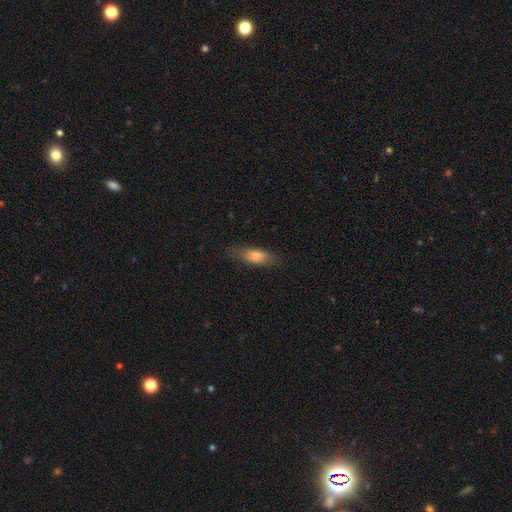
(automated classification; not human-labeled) A smooth galaxy with no disk features (72%) that is in between round and cigar-shaped (54%). Merging: none (79%).